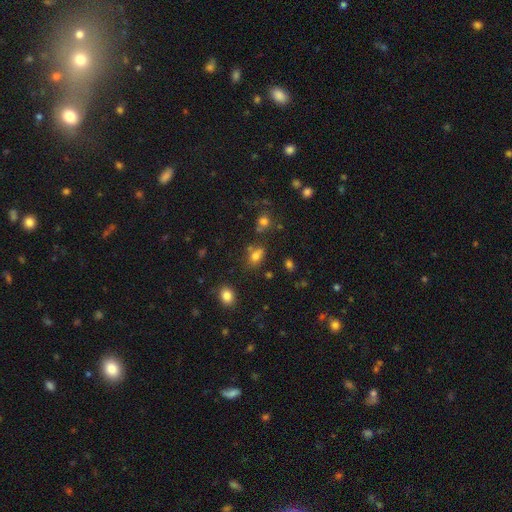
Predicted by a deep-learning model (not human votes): A smooth galaxy with no disk features (76%) that is in between round and cigar-shaped (70%).

Vote fractions:
- Smooth or featured? smooth: 76% / star or artifact: 16% / featured or disk: 9%
- How rounded? in between: 70% / round: 28% / cigar-shaped: 2%
- Merging? none: 61% / minor disturbance: 18% / merger: 15% / major disturbance: 6%